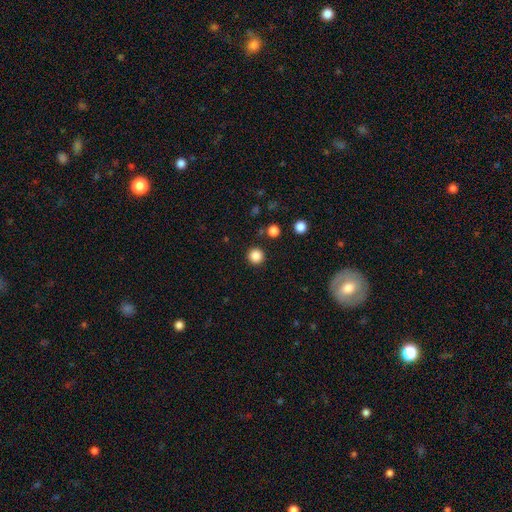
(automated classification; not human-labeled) smooth 86%, star or artifact 11%, featured or disk 3%. Down the decision tree: how rounded — round (95%); merging — none (92%).